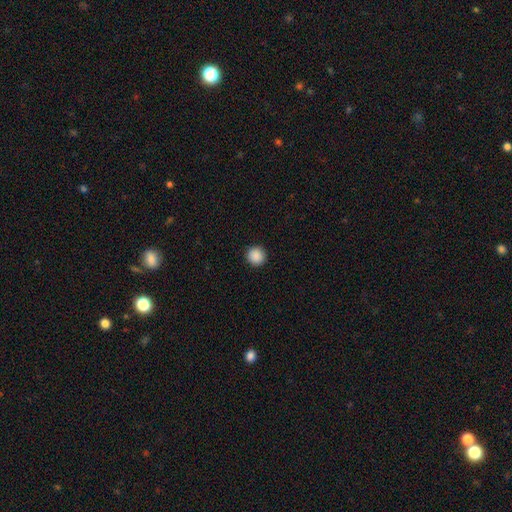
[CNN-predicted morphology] Overall: smooth (89%). How rounded: round (95%). Merging: none (93%).